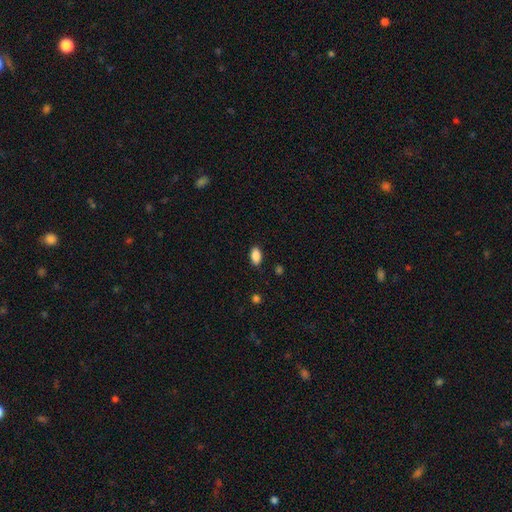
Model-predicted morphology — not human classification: Overall: smooth (88%). How rounded: in between (92%). Merging: none (86%).